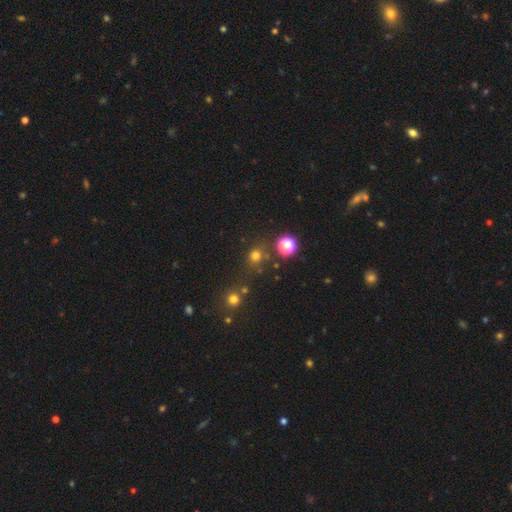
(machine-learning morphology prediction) Smooth or featured?
  - smooth: 70% *
  - star or artifact: 24%
  - featured or disk: 6%
How rounded?
  - round: 82% *
  - in between: 17%
  - cigar-shaped: 1%
Merging?
  - none: 75% *
  - minor disturbance: 11%
  - merger: 10%
  - major disturbance: 5%